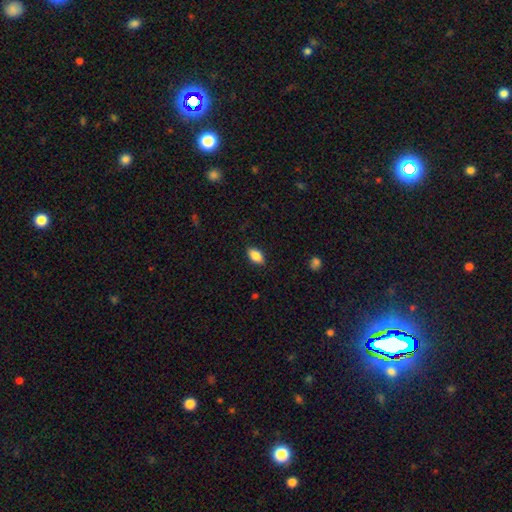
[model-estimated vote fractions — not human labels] smooth_or_featured: smooth (p=0.84) [alt: featured or disk p=0.08]
how_rounded: in between (p=0.91) [alt: round p=0.06]
merging: none (p=0.86) [alt: minor disturbance p=0.10]